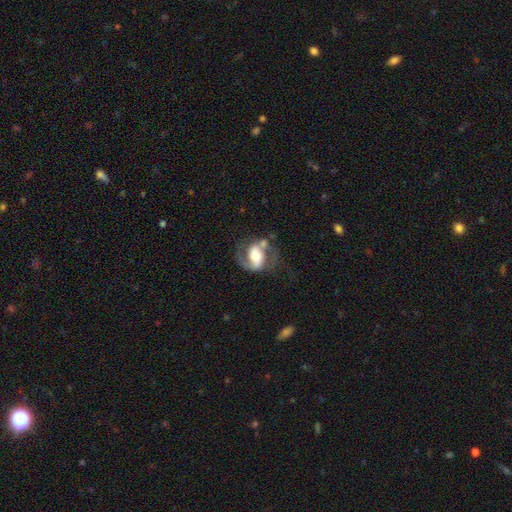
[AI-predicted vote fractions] The model was most divided on "bar": strong: 43%, weak: 33%, no: 23%. Remaining: edge-on disk — no (97%); spiral arms — yes (89%); spiral arm count — 2 (81%); smooth or featured — featured or disk (78%); merging — none (53%); spiral winding — medium (52%); bulge size — moderate (50%).